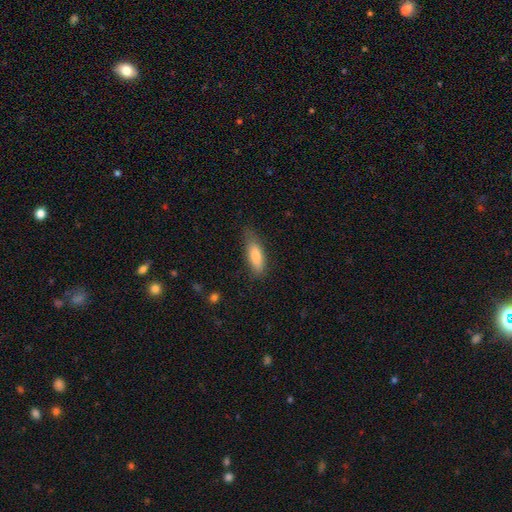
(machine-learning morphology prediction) type=smooth (82%); roundness=in between (63%); merging=none (69%).